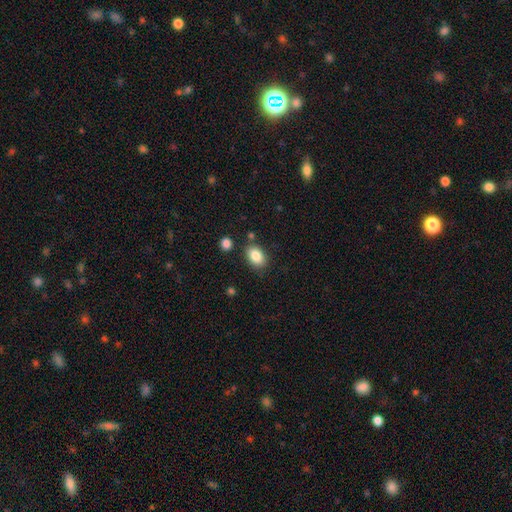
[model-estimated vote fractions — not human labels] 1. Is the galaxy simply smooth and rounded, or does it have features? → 86% smooth, 8% star or artifact, 6% featured or disk.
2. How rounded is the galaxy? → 81% in between, 18% round, 1% cigar-shaped.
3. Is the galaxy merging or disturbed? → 80% none, 12% minor disturbance, 5% merger, 3% major disturbance.